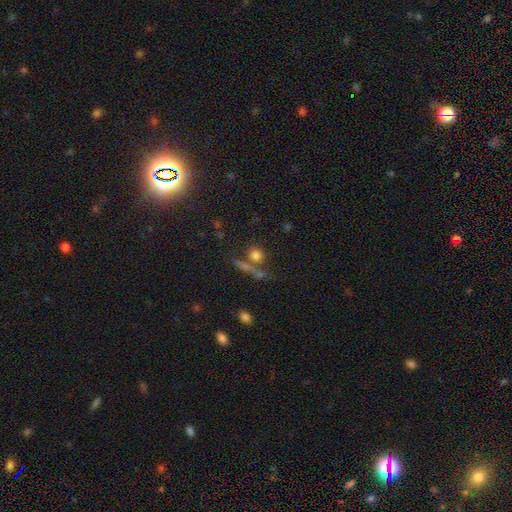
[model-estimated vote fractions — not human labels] Smooth or featured? Predicted: smooth (p=0.74). How rounded? Predicted: round (p=0.77). Merging? Predicted: none (p=0.63).